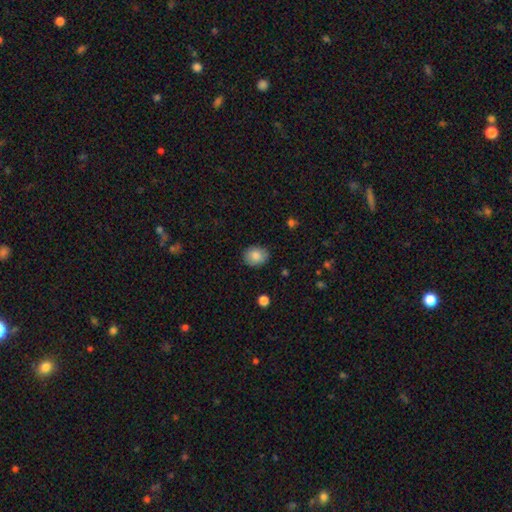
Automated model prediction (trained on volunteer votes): The model was most divided on "how rounded": round: 53%, in between: 46%, cigar-shaped: 1%. More confident: smooth or featured — smooth (86%); merging — none (84%).